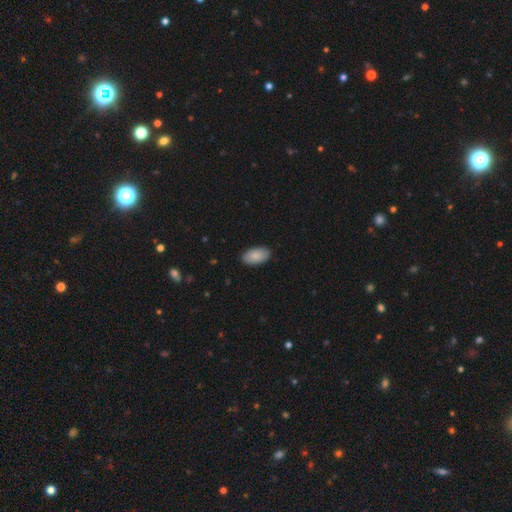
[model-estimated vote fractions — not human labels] The model was most divided on "smooth or featured": smooth: 86%, featured or disk: 8%, star or artifact: 6%. More confident: how rounded — in between (96%); merging — none (88%).